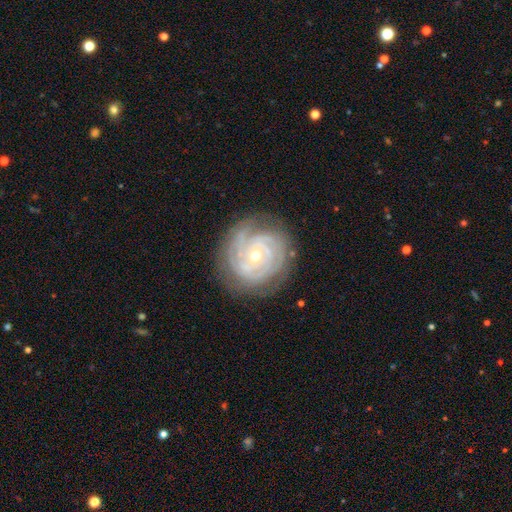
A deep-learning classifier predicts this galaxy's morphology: A featured or disk galaxy (88%) with no bar (69%), 3 (28%) tight (82%) spiral arms (97%) and a small central bulge (57%). Merging: none (81%).